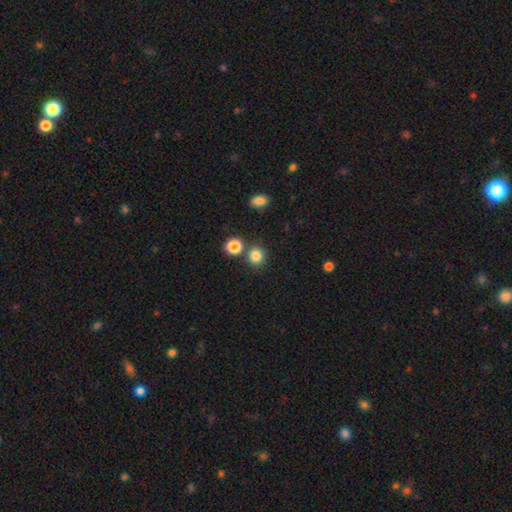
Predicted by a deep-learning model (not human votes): This appears to be a smooth galaxy with no disk features (83%) that is round (85%). Merging: none (78%).